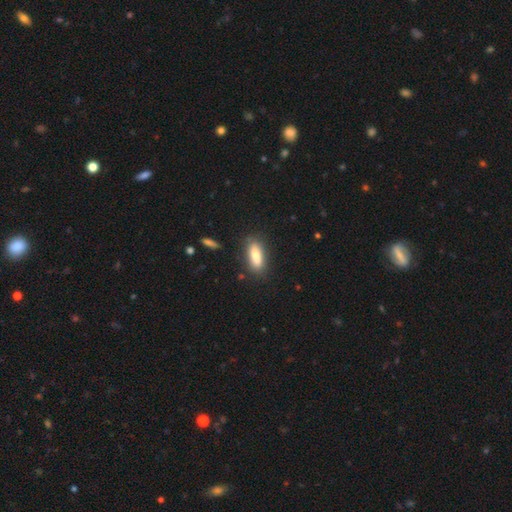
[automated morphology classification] Smooth or featured? Predicted: smooth (p=0.79). How rounded? Predicted: in between (p=0.61). Merging? Predicted: none (p=0.82).